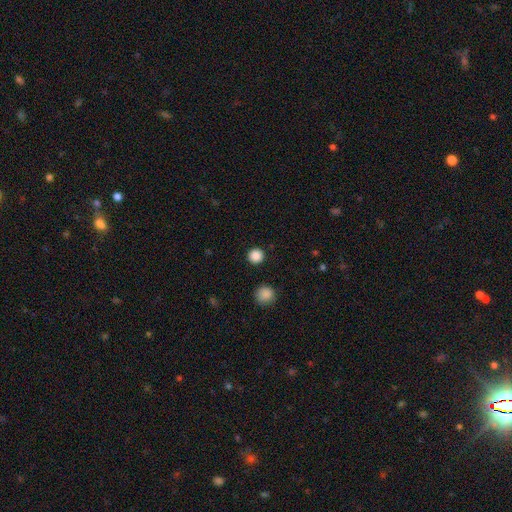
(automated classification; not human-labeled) Morphology: type=smooth (87%); roundness=round (95%); merging=none (92%).